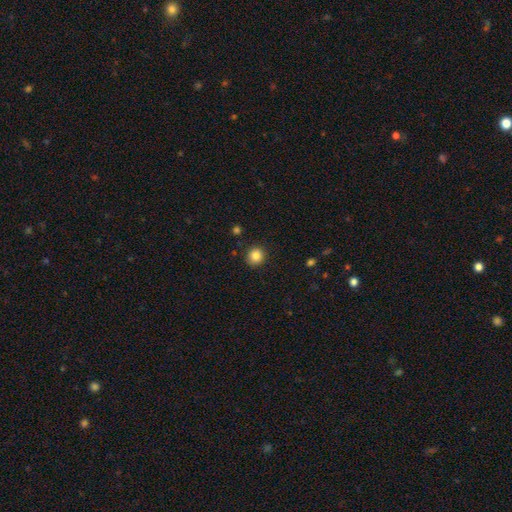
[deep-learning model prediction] smooth_or_featured: smooth (p=0.85) [alt: star or artifact p=0.10]
how_rounded: round (p=0.90) [alt: in between p=0.09]
merging: none (p=0.90) [alt: minor disturbance p=0.06]